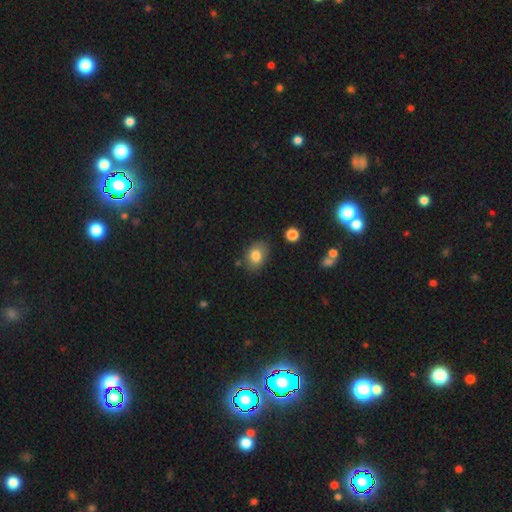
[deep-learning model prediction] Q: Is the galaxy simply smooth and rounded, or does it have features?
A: smooth — 80%.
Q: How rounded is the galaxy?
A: in between — 65%.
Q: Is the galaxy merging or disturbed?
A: none — 76%.